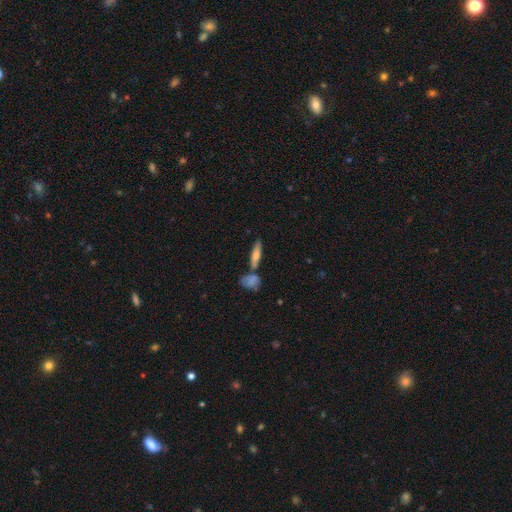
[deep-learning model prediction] Morphology: type=smooth (56%); roundness=cigar-shaped (63%); merging=none (66%).